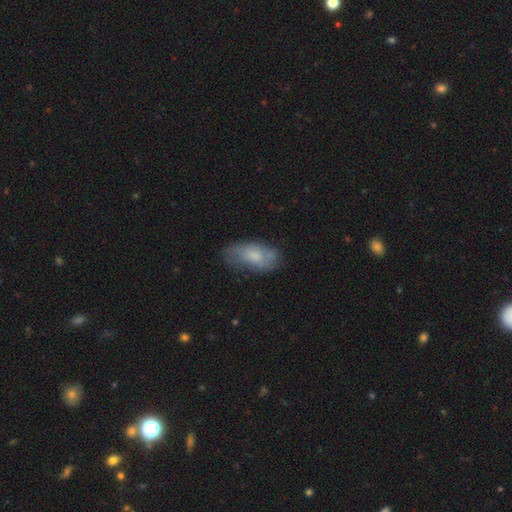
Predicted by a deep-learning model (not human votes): A smooth galaxy with no disk features (62%) that is in between round and cigar-shaped (91%). Merging: none (60%).